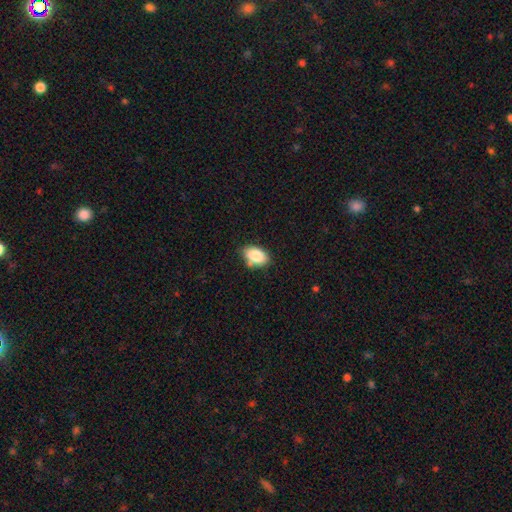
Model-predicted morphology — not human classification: Overall: smooth (86%). How rounded: in between (90%). Merging: none (76%).